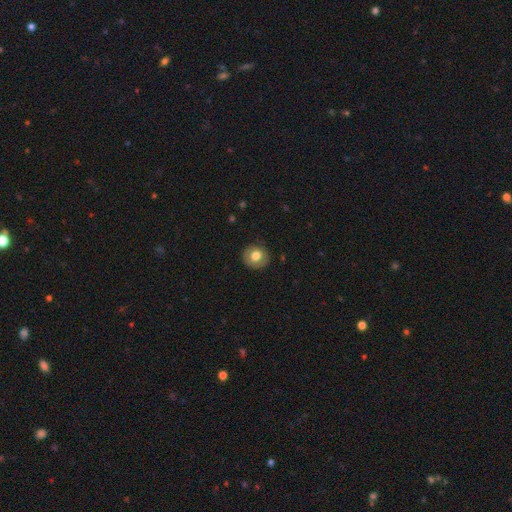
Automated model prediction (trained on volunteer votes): Smooth or featured? smooth (71%)
How rounded? round (89%)
Merging? none (86%)